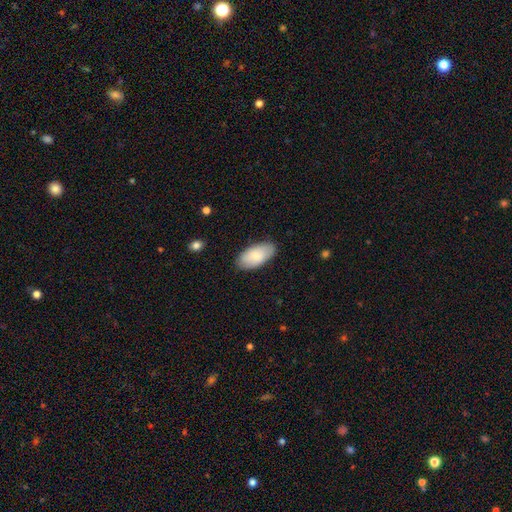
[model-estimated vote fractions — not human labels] Smooth or featured: smooth — 79% (featured or disk — 15%)
How rounded: in between — 95% (cigar-shaped — 3%)
Merging: none — 84% (minor disturbance — 12%)